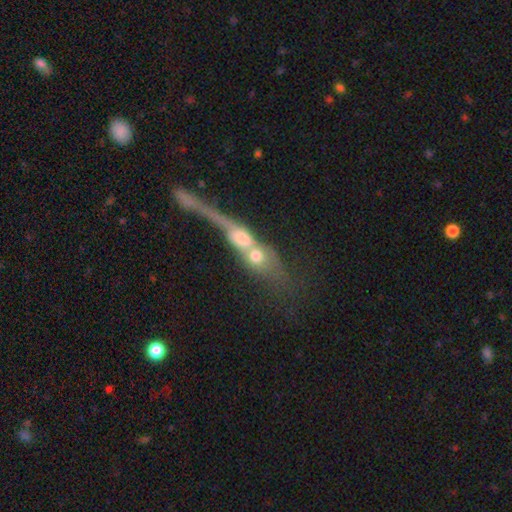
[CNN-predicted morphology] The model was most divided on "how rounded": round: 42%, in between: 37%, cigar-shaped: 21%. More confident: merging — merger (74%); smooth or featured — smooth (52%).